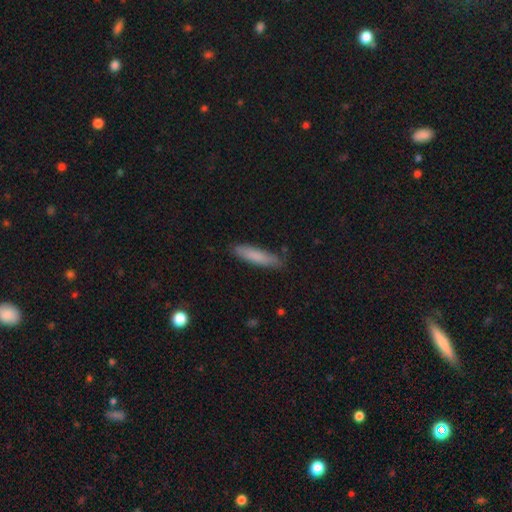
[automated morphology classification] This is clearly a smooth galaxy (81%). How rounded: clearly cigar-shaped (81%). Merging: clearly none (82%).